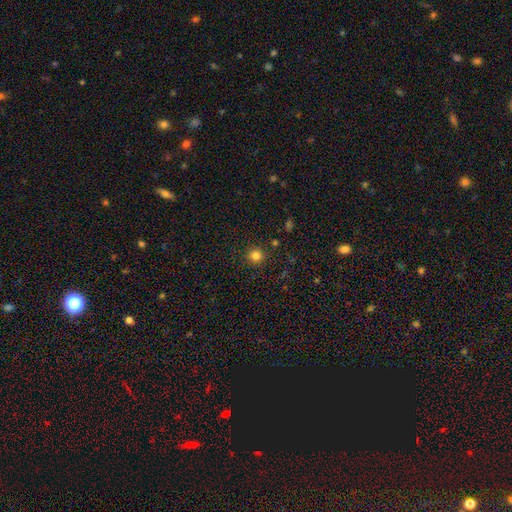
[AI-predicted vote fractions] The model was most divided on "smooth or featured": smooth: 82%, star or artifact: 14%, featured or disk: 5%. More confident: how rounded — round (93%); merging — none (89%).